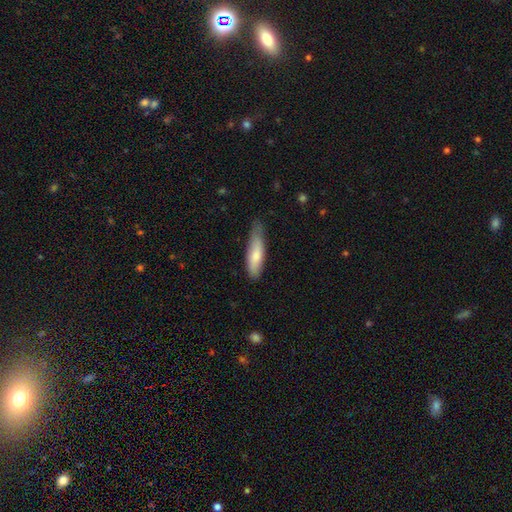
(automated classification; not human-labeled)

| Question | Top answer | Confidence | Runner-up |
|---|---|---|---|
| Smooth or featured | smooth | 78% | featured or disk (17%) |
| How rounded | cigar-shaped | 57% | in between (41%) |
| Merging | none | 53% | minor disturbance (37%) |